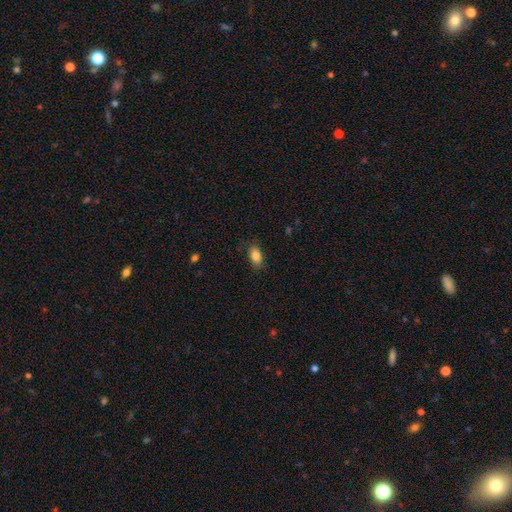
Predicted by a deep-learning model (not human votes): Smooth or featured? Predicted: smooth (p=0.85). How rounded? Predicted: in between (p=0.88). Merging? Predicted: none (p=0.82).